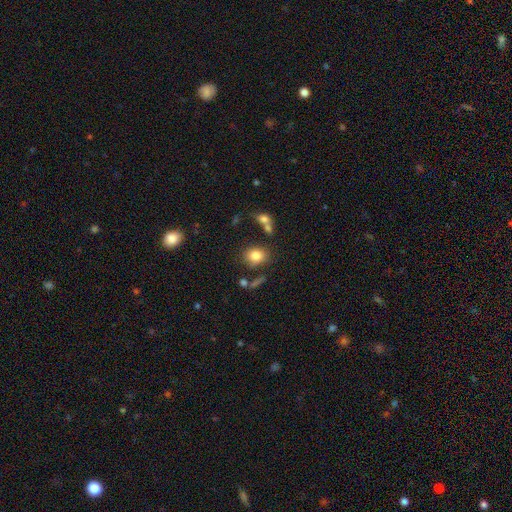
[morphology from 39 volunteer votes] A smooth galaxy with no disk features (82%) that is round (53%).

Vote fractions:
- Smooth or featured? smooth: 82% / featured or disk: 15% / star or artifact: 3%
- How rounded? round: 53% / in between: 47% / cigar-shaped: 0%
- Merging? none: 71% / minor disturbance: 21% / major disturbance: 5% / merger: 3%